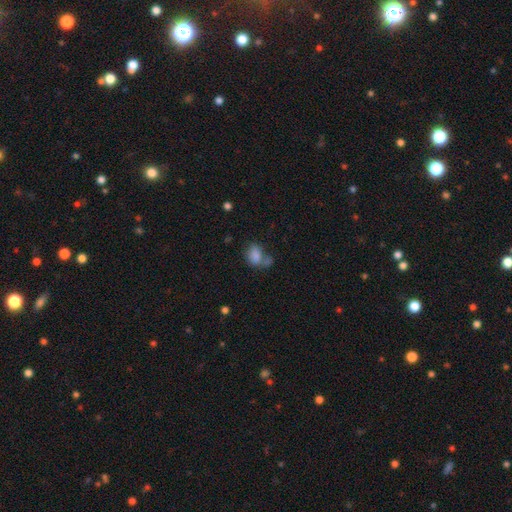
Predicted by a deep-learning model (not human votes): A smooth galaxy with no disk features (81%) that is in between round and cigar-shaped (77%). Merging: none (36%).